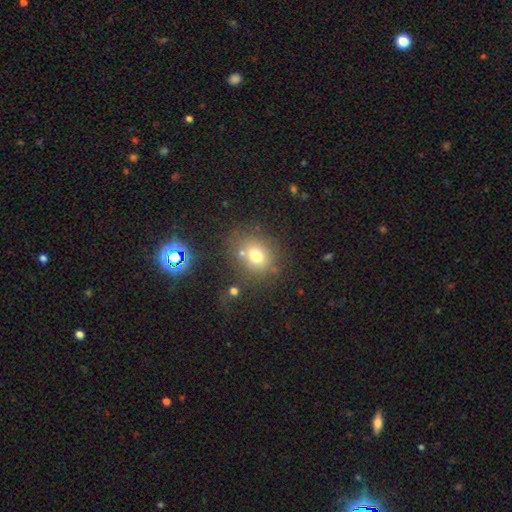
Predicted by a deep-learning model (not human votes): This is likely a smooth galaxy (72%). How rounded: likely round (70%). Merging: likely none (66%).